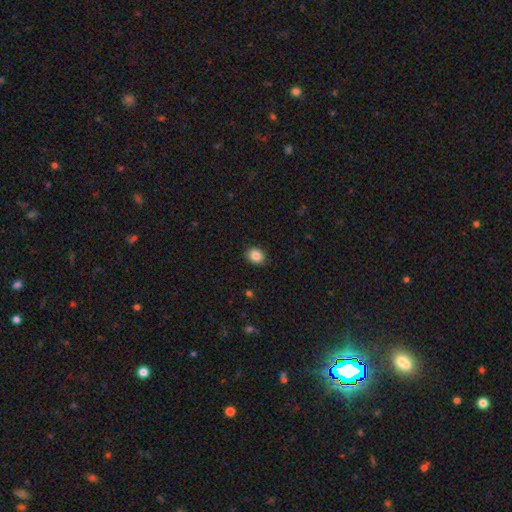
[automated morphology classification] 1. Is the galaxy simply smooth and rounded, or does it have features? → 87% smooth, 9% star or artifact, 5% featured or disk.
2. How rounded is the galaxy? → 51% in between, 48% round, 1% cigar-shaped.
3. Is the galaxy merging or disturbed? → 90% none, 7% minor disturbance, 2% major disturbance, 1% merger.